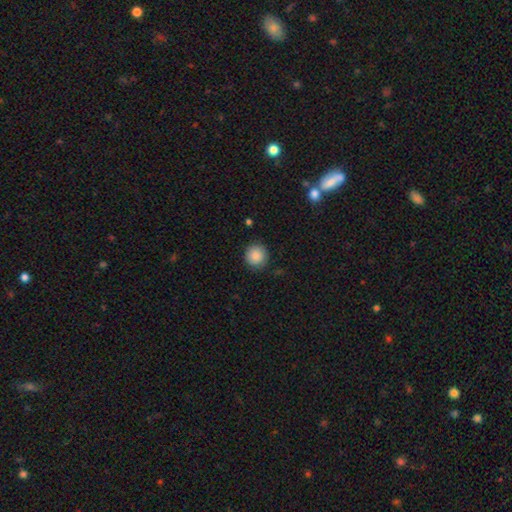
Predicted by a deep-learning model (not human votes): The model was most divided on "merging": none: 87%, minor disturbance: 9%, major disturbance: 2%, merger: 1%. More confident: how rounded — round (94%); smooth or featured — smooth (87%).